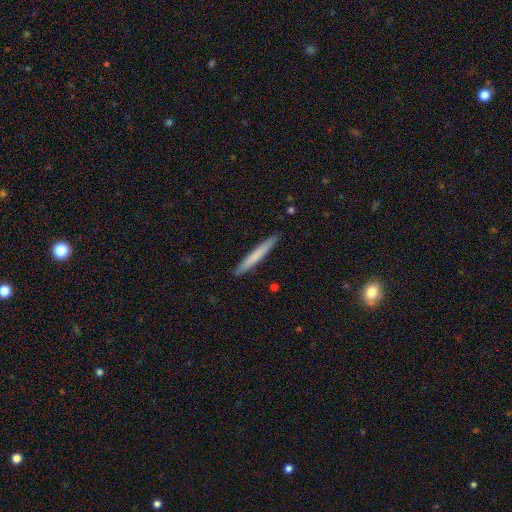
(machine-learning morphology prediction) Q: Smooth or featured?
A: smooth (69%); runner-up: featured or disk (25%)
Q: How rounded?
A: cigar-shaped (97%); runner-up: in between (2%)
Q: Merging?
A: none (91%); runner-up: minor disturbance (7%)